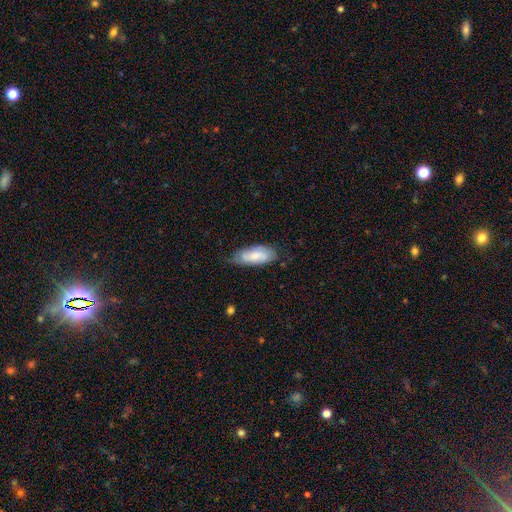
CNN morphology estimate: This is likely a smooth galaxy (70%). How rounded: clearly in between (84%). Merging: possibly none (58%).